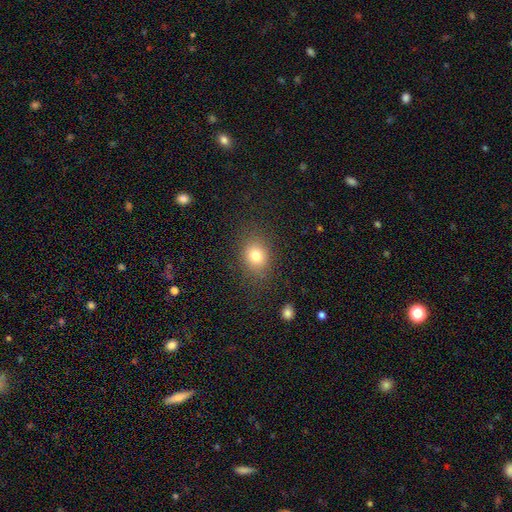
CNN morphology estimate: A smooth galaxy with no disk features (79%) that is in between round and cigar-shaped (52%).

Vote fractions:
- Smooth or featured? smooth: 79% / star or artifact: 12% / featured or disk: 9%
- How rounded? in between: 52% / round: 47% / cigar-shaped: 1%
- Merging? none: 81% / minor disturbance: 13% / major disturbance: 5% / merger: 2%